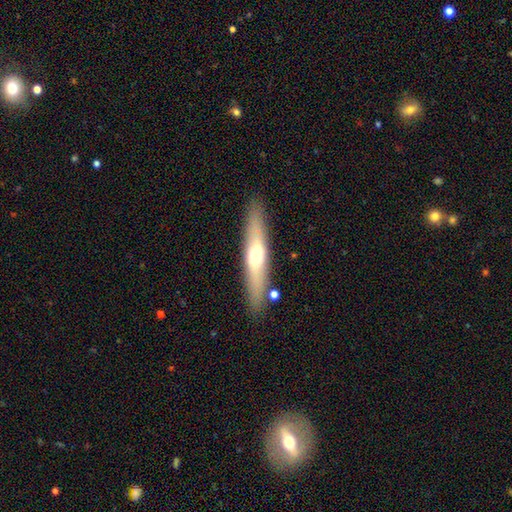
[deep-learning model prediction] The model was most divided on "smooth or featured": featured or disk: 49%, smooth: 45%, star or artifact: 6%. More confident: merging — none (87%).